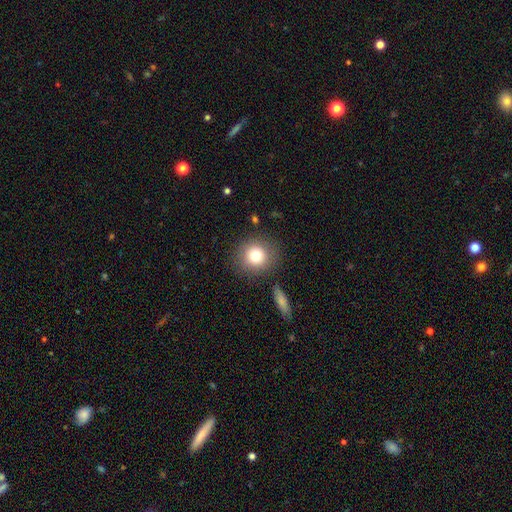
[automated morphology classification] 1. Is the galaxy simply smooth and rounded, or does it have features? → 78% smooth, 12% featured or disk, 10% star or artifact.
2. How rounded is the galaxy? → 88% round, 11% in between, 1% cigar-shaped.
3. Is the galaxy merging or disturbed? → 83% none, 9% minor disturbance, 4% merger, 4% major disturbance.